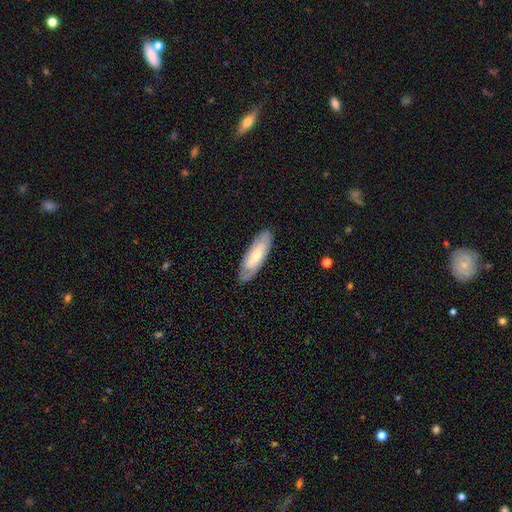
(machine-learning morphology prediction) type=smooth (50%); merging=none (82%).